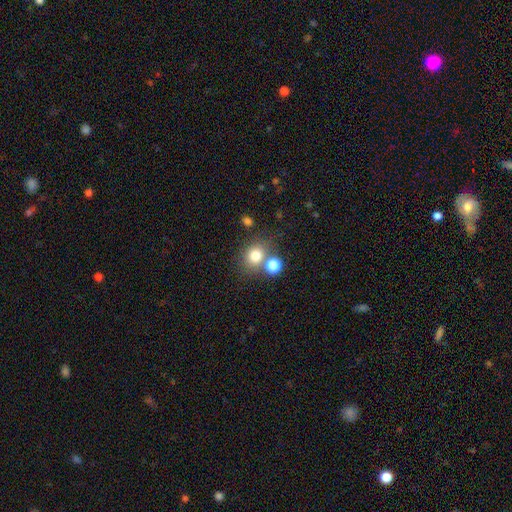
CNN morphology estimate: A smooth galaxy with no disk features (78%) that is round (71%). Merging: none (61%).